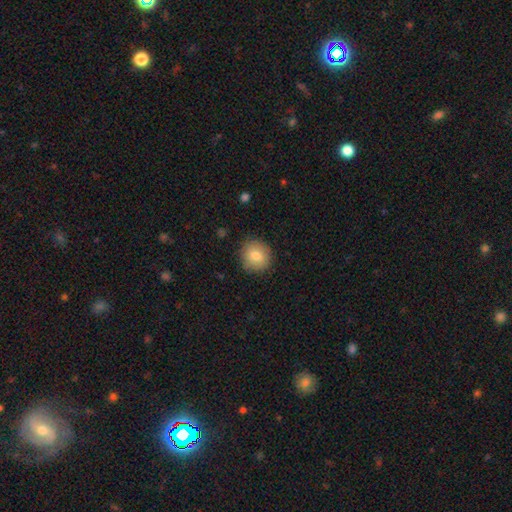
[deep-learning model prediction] smooth 81%, featured or disk 11%, star or artifact 8%. Down the decision tree: how rounded — round (88%); merging — none (87%).